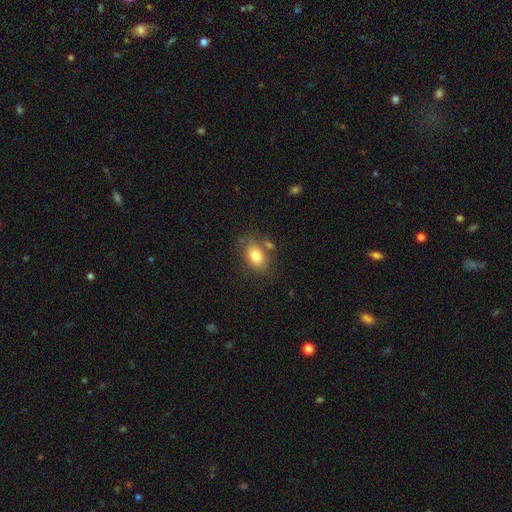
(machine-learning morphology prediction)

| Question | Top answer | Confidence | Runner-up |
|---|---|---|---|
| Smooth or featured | smooth | 80% | featured or disk (11%) |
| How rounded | in between | 77% | round (22%) |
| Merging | none | 72% | minor disturbance (15%) |